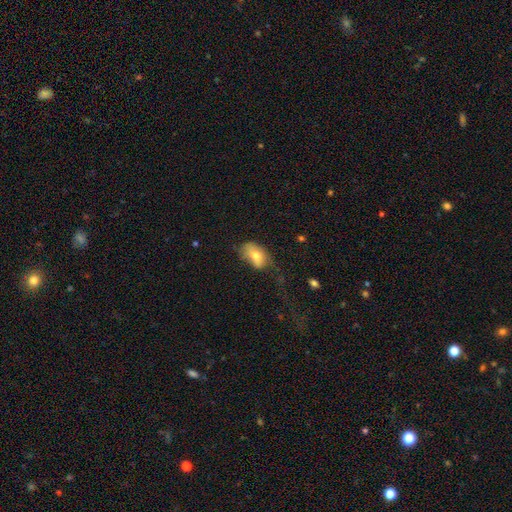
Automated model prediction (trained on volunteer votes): Q: Smooth or featured?
A: smooth (73%); runner-up: featured or disk (20%)
Q: How rounded?
A: in between (88%); runner-up: round (10%)
Q: Merging?
A: none (38%); runner-up: minor disturbance (34%)